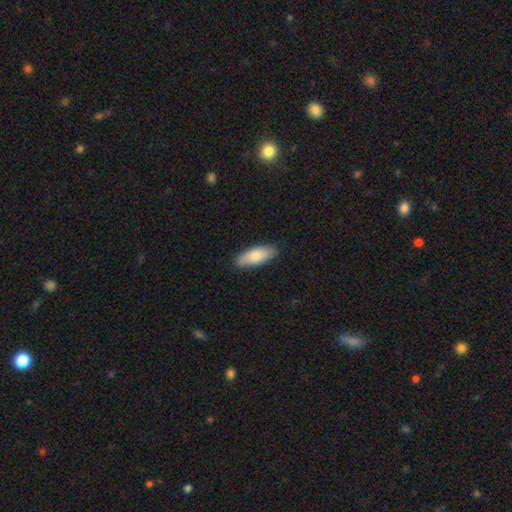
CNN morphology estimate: A smooth galaxy with no disk features (81%) that is in between round and cigar-shaped (78%). Merging: none (85%).